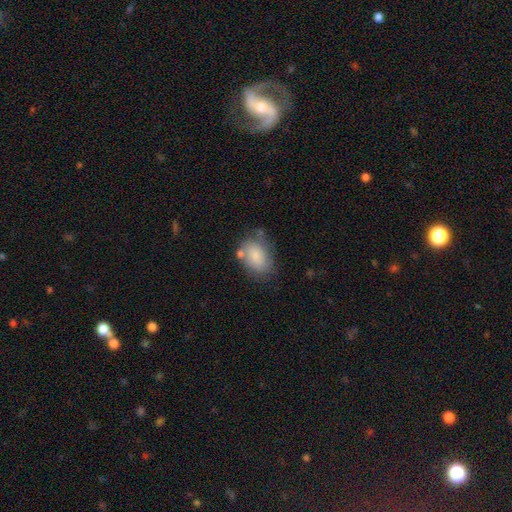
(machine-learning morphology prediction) Smooth or featured? Predicted: smooth (p=0.76). How rounded? Predicted: in between (p=0.82). Merging? Predicted: none (p=0.54).